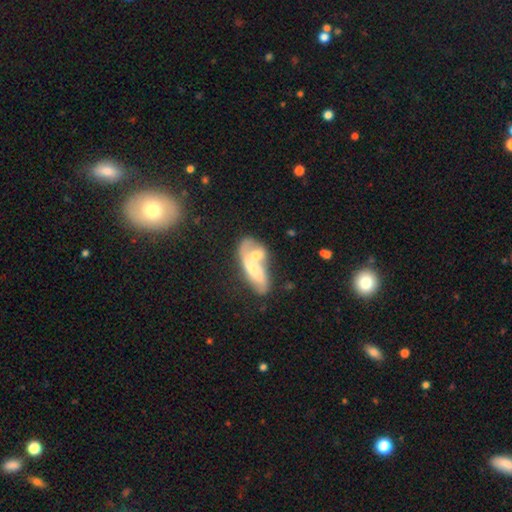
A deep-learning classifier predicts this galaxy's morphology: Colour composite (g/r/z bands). It shows a smooth galaxy with no disk features (47%). Merging: merger (67%).